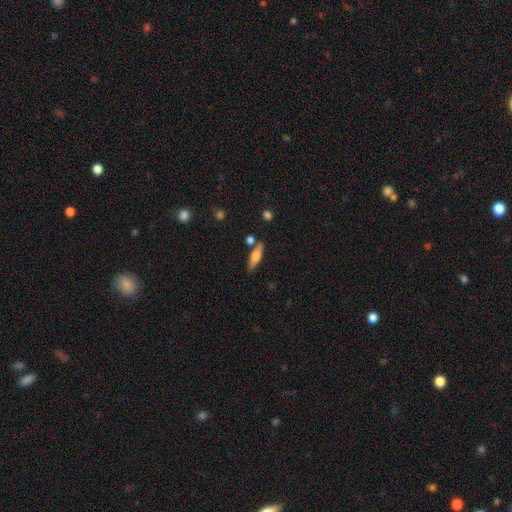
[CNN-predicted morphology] Smooth or featured? smooth (56%)
How rounded? cigar-shaped (58%)
Merging? none (77%)